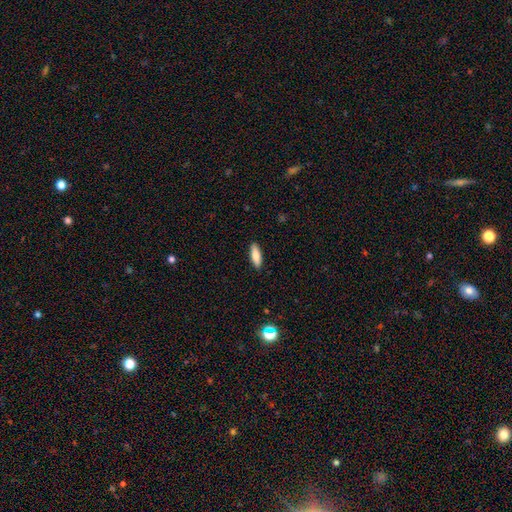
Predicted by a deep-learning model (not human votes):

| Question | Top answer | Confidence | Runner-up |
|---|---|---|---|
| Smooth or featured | smooth | 81% | featured or disk (13%) |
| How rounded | in between | 56% | cigar-shaped (42%) |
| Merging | none | 90% | minor disturbance (7%) |